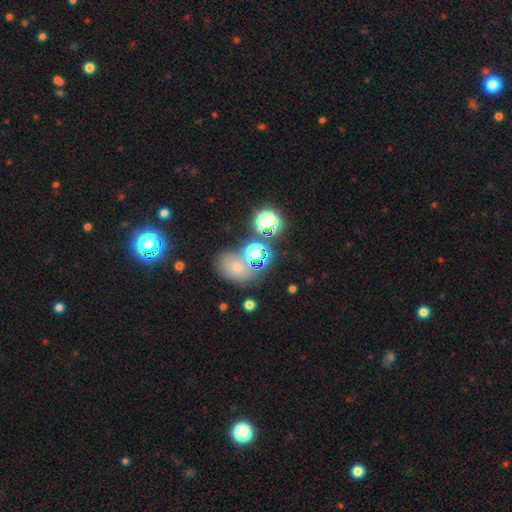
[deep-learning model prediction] Smooth or featured? star or artifact (51%)